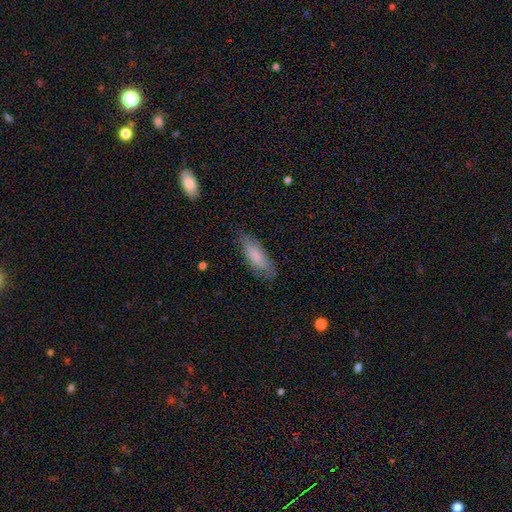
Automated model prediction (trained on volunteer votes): Smooth or featured? Predicted: smooth (p=0.76). How rounded? Predicted: in between (p=0.65). Merging? Predicted: none (p=0.74).